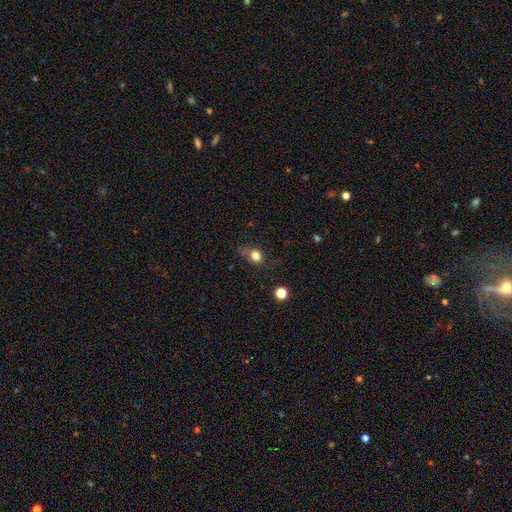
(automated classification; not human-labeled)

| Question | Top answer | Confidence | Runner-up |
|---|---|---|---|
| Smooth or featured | smooth | 78% | star or artifact (13%) |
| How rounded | round | 69% | in between (30%) |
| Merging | none | 54% | minor disturbance (27%) |